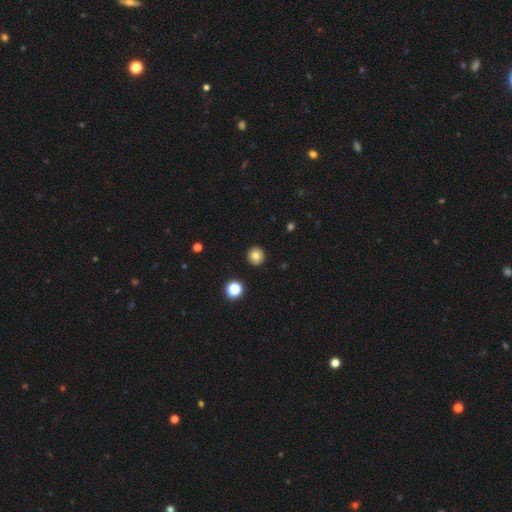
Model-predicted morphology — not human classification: Q: Smooth or featured?
A: smooth (78%); runner-up: star or artifact (12%)
Q: How rounded?
A: round (94%); runner-up: in between (5%)
Q: Merging?
A: none (92%); runner-up: minor disturbance (5%)